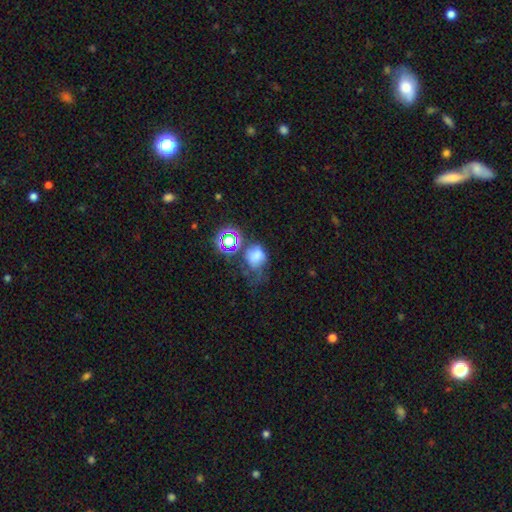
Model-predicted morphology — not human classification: Overall: smooth (59%; star or artifact 23%). How rounded: round (56%; in between 42%). Merging: major disturbance (31%; none 30%).